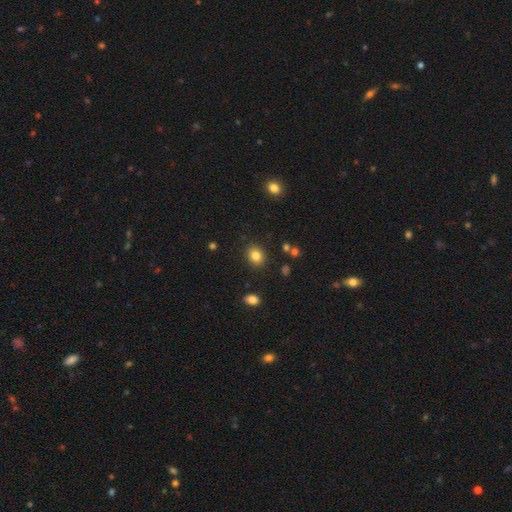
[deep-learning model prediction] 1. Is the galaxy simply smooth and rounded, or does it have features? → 83% smooth, 11% star or artifact, 6% featured or disk.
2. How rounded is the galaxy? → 57% round, 42% in between, 1% cigar-shaped.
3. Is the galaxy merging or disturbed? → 87% none, 9% minor disturbance, 3% major disturbance, 2% merger.